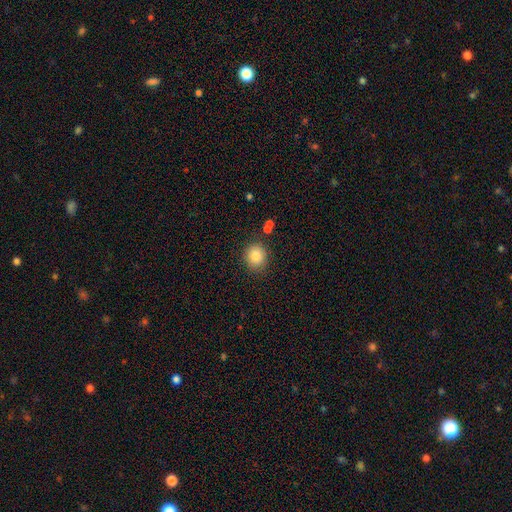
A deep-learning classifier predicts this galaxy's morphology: Smooth or featured? Predicted: smooth (p=0.84). How rounded? Predicted: round (p=0.78). Merging? Predicted: none (p=0.84).